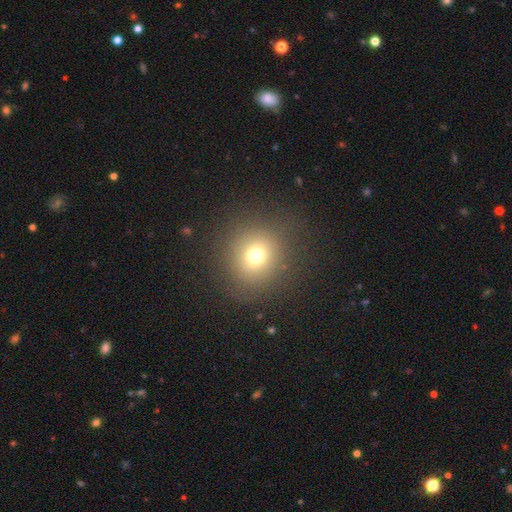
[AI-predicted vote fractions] Smooth or featured?
  - smooth: 70% *
  - star or artifact: 19%
  - featured or disk: 11%
How rounded?
  - round: 90% *
  - in between: 9%
  - cigar-shaped: 1%
Merging?
  - none: 86% *
  - minor disturbance: 7%
  - major disturbance: 5%
  - merger: 1%